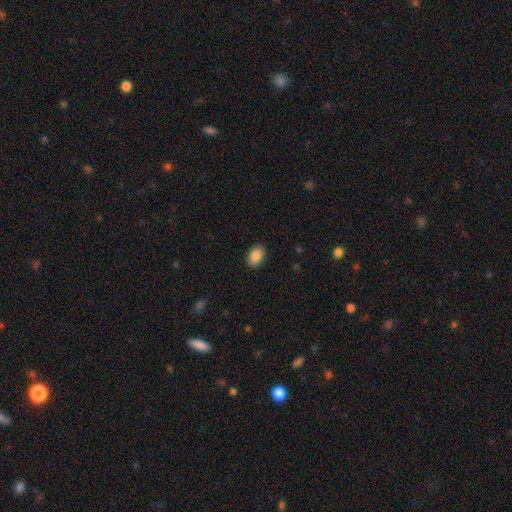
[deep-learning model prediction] smooth-or-featured: smooth: 87% | star or artifact: 8% | featured or disk: 5%
  how-rounded: in between: 86% | round: 13% | cigar-shaped: 1%
  merging: none: 89% | minor disturbance: 8% | major disturbance: 2% | merger: 1%